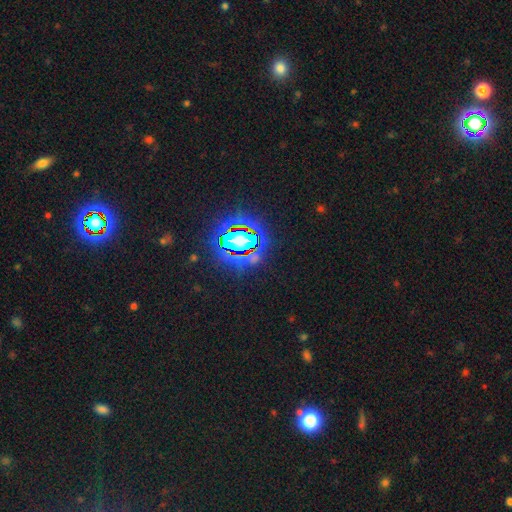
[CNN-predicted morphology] This is clearly a star or artifact rather than a galaxy (80%).